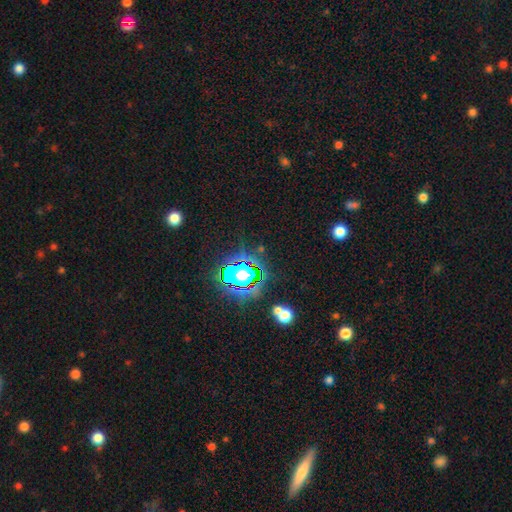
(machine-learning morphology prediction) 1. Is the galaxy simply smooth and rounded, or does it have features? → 80% star or artifact, 12% smooth, 8% featured or disk.